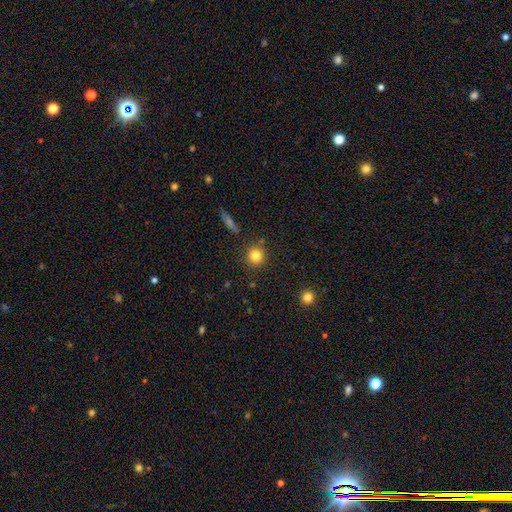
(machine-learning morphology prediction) smooth-or-featured: smooth: 81% | star or artifact: 12% | featured or disk: 7%
  how-rounded: round: 92% | in between: 7% | cigar-shaped: 1%
  merging: none: 86% | minor disturbance: 8% | merger: 3% | major disturbance: 2%